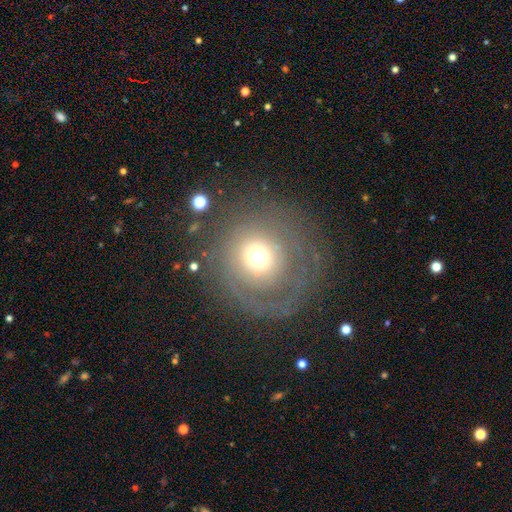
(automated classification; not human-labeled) Smooth or featured? Predicted: smooth (p=0.45). Merging? Predicted: none (p=0.73).